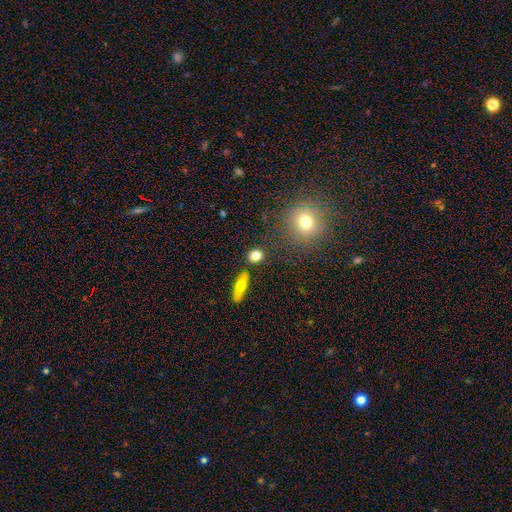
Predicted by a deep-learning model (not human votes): This appears to be a smooth galaxy with no disk features (81%) that is round (75%). Merging: none (83%).